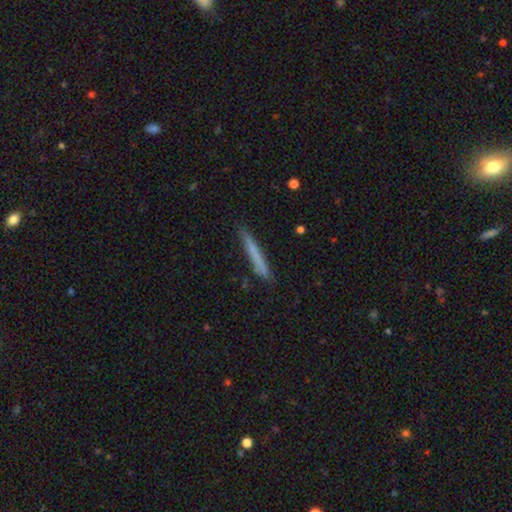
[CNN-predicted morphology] A smooth galaxy with no disk features (66%) that is cigar-shaped (97%). Merging: none (86%).